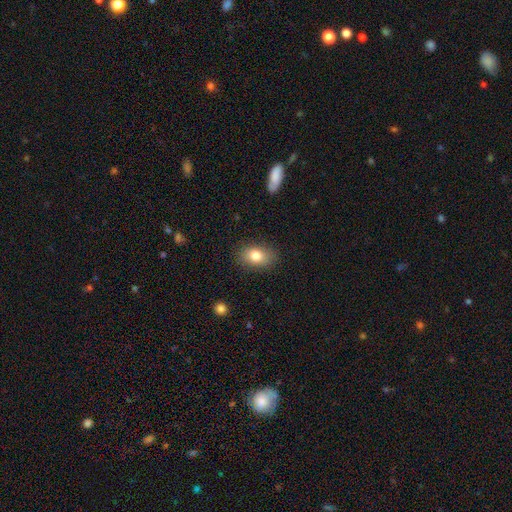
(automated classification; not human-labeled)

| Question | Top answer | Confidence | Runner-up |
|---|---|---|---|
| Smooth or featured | smooth | 81% | featured or disk (10%) |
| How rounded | in between | 82% | round (17%) |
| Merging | none | 84% | minor disturbance (11%) |